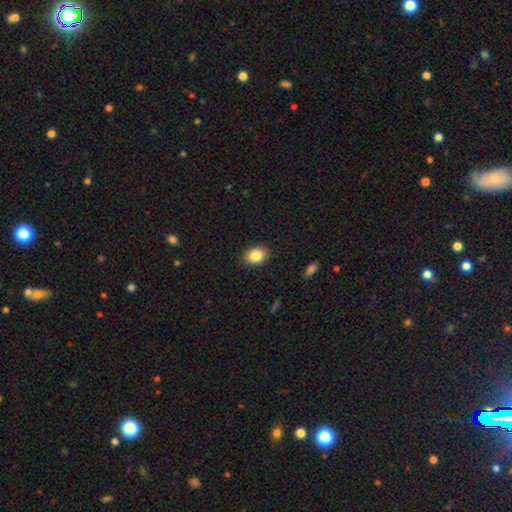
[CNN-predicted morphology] smooth_or_featured: smooth (p=0.85) [alt: star or artifact p=0.08]
how_rounded: in between (p=0.70) [alt: round p=0.29]
merging: none (p=0.88) [alt: minor disturbance p=0.09]